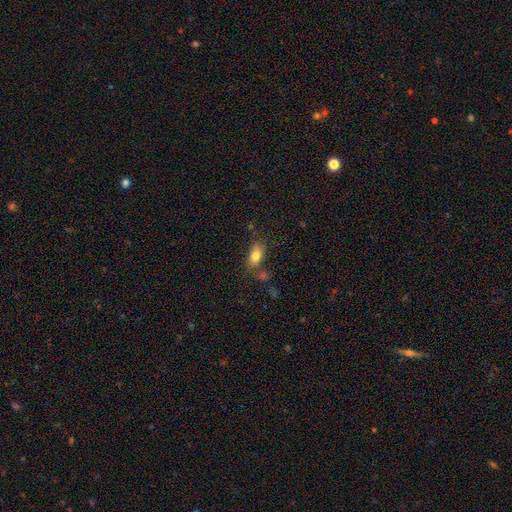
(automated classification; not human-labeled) Smooth or featured? smooth (79%)
How rounded? in between (86%)
Merging? none (68%)